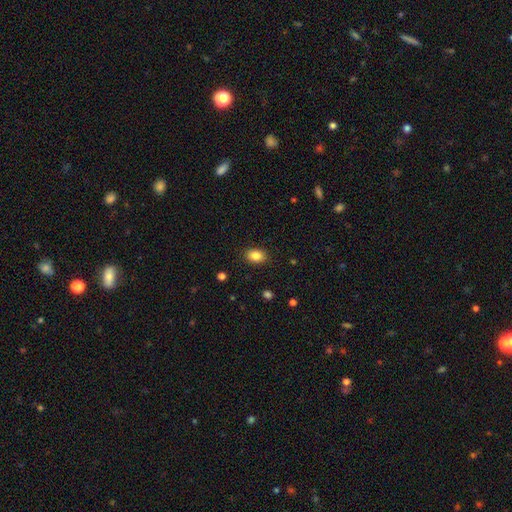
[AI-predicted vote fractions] A smooth galaxy with no disk features (85%) that is in between round and cigar-shaped (73%).

Vote fractions:
- Smooth or featured? smooth: 85% / star or artifact: 9% / featured or disk: 6%
- How rounded? in between: 73% / round: 26% / cigar-shaped: 1%
- Merging? none: 88% / minor disturbance: 8% / major disturbance: 2% / merger: 1%